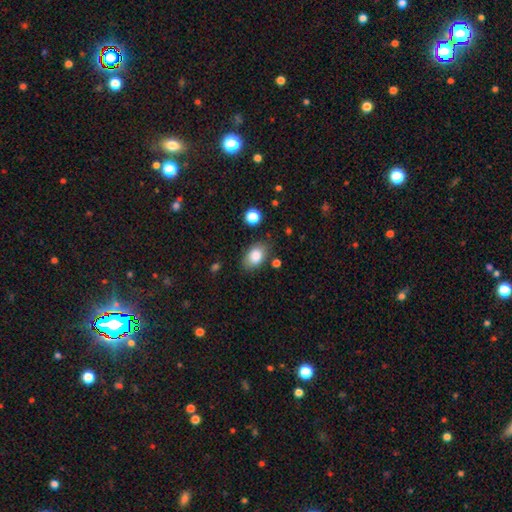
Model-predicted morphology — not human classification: type=smooth (84%); roundness=in between (86%); merging=none (78%).